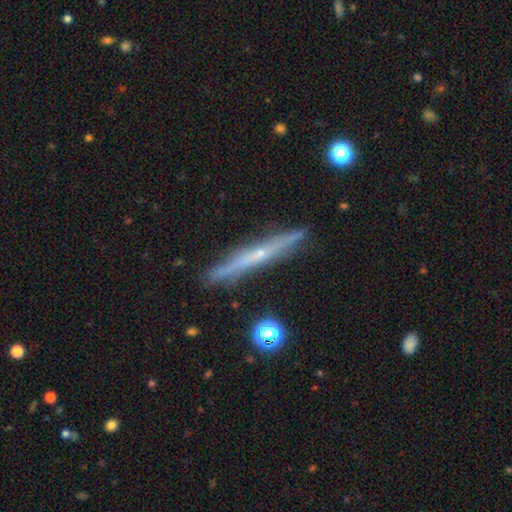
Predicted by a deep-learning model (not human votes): Smooth or featured: featured or disk — 67% (smooth — 26%)
Edge-on disk: yes — 96% (no — 4%)
Edge-on bulge: rounded — 51% (none — 46%)
Merging: none — 89% (minor disturbance — 8%)